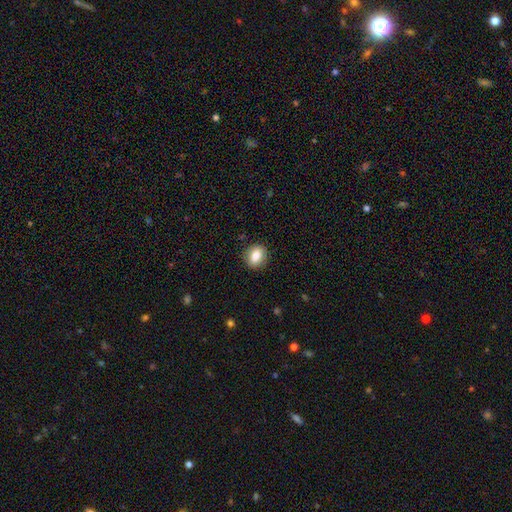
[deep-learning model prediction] Smooth or featured? smooth (82%)
How rounded? round (54%)
Merging? none (88%)